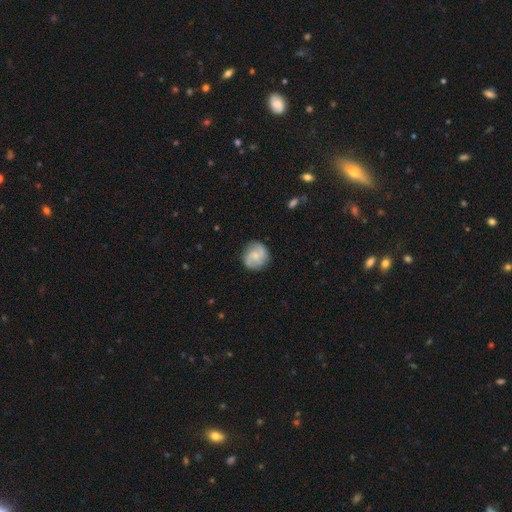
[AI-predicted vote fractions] The model was most divided on "smooth or featured": featured or disk: 54%, smooth: 39%, star or artifact: 7%. More confident: edge-on disk — no (98%); spiral arms — yes (89%); merging — none (80%); bar — no (59%); bulge size — small (54%).